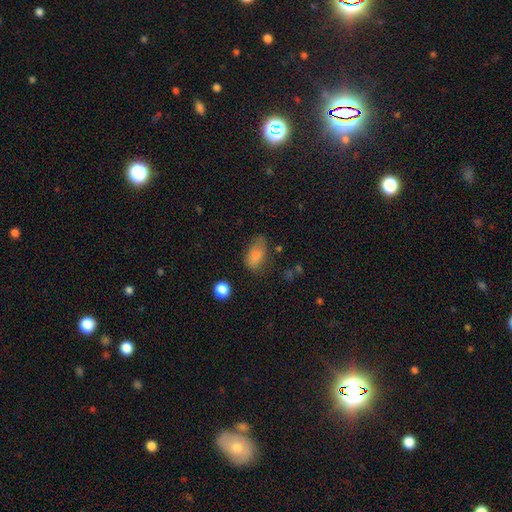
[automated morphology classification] Smooth or featured? Predicted: smooth (p=0.80). How rounded? Predicted: in between (p=0.90). Merging? Predicted: none (p=0.54).